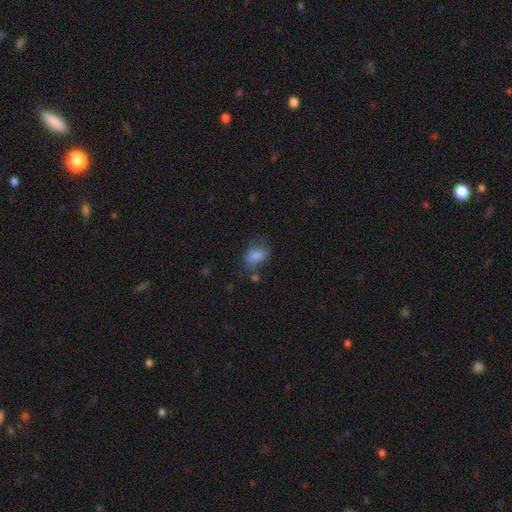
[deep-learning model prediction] Overall: smooth (81%). How rounded: in between (78%). Merging: none (50%; minor disturbance 27%).